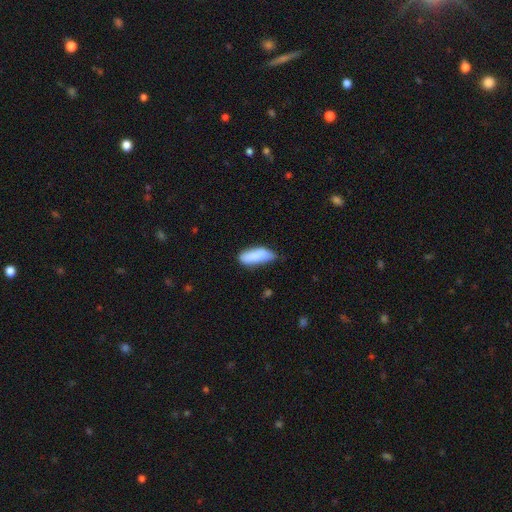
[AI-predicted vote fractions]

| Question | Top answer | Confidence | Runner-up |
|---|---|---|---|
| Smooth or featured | smooth | 85% | featured or disk (9%) |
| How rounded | in between | 69% | cigar-shaped (29%) |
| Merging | none | 54% | minor disturbance (35%) |